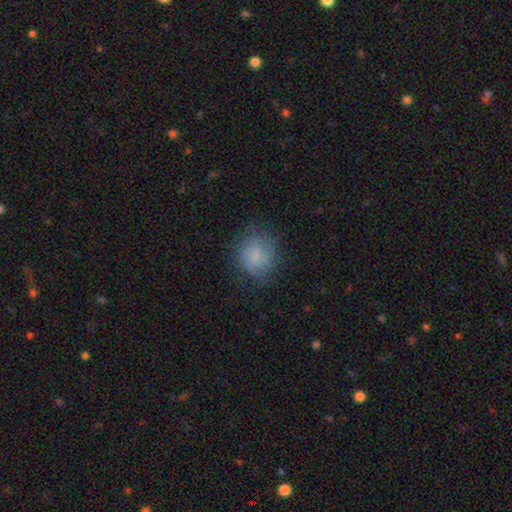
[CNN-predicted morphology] Smooth or featured? Predicted: smooth (p=0.75). How rounded? Predicted: round (p=0.85). Merging? Predicted: none (p=0.72).